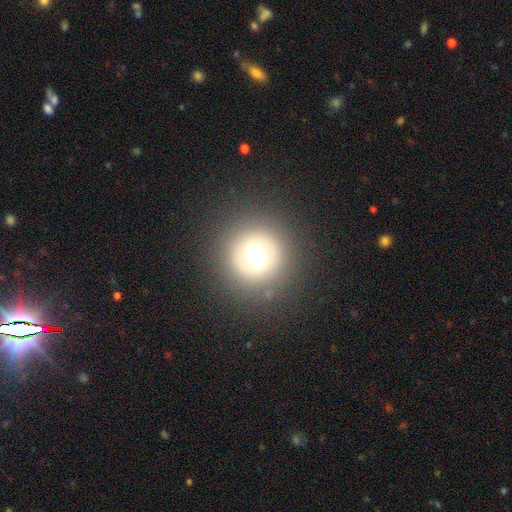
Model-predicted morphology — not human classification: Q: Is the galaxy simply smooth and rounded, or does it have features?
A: smooth — 47%.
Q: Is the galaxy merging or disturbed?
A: none — 81%.